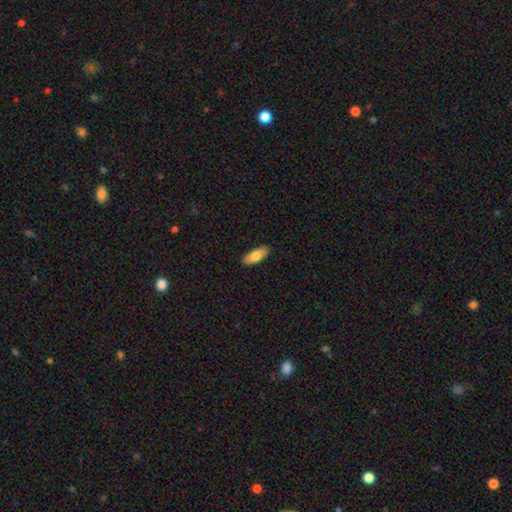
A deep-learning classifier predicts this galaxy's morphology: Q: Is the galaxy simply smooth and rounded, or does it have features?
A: smooth — 82%.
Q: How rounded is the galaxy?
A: in between — 74%.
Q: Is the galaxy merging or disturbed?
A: none — 89%.